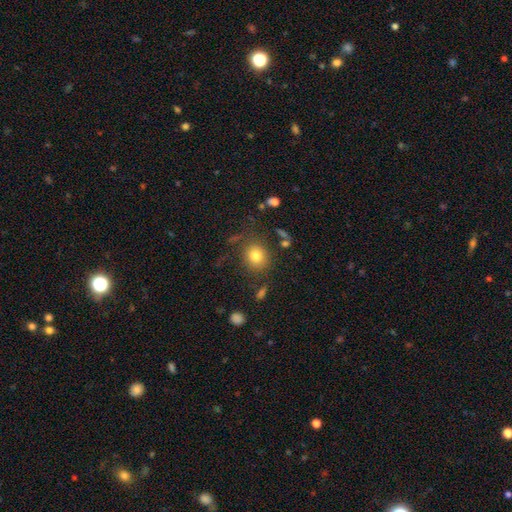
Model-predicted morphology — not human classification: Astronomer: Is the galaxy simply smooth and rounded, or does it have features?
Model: smooth — 80%.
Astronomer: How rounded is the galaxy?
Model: round — 78%.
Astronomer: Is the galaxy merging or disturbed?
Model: none — 80%.